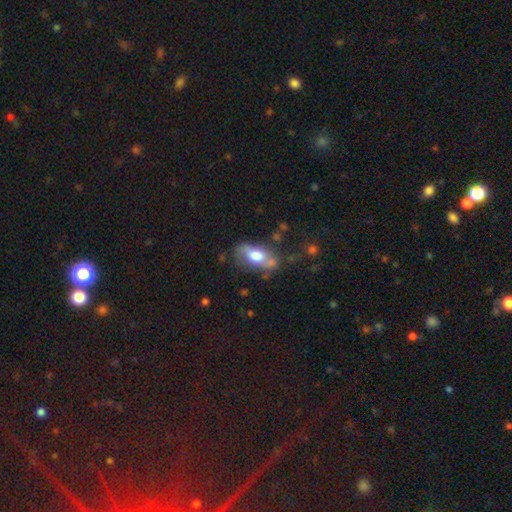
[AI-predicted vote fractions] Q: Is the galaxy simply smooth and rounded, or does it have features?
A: smooth — 54%.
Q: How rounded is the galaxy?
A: in between — 82%.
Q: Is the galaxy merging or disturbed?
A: none — 57%.